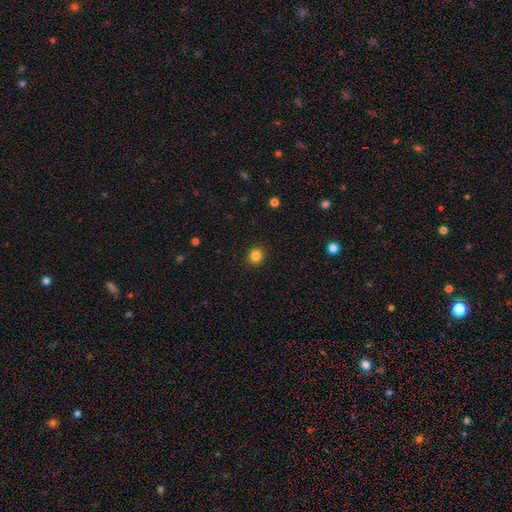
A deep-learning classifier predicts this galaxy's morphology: A smooth galaxy with no disk features (84%) that is round (90%). Merging: none (92%).